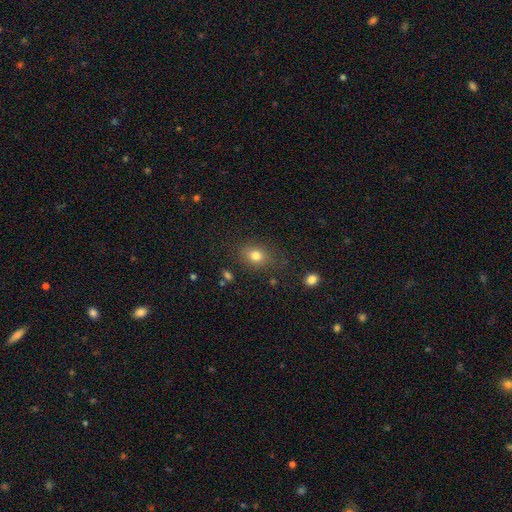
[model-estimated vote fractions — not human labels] Smooth or featured? Predicted: smooth (p=0.78). How rounded? Predicted: round (p=0.50). Merging? Predicted: none (p=0.78).